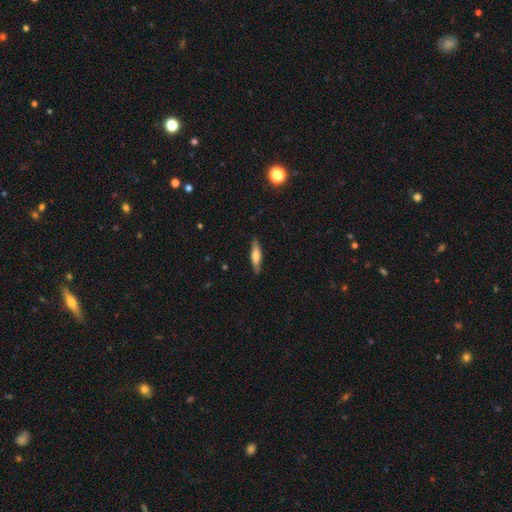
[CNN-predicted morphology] The model was most divided on "smooth or featured": smooth: 53%, featured or disk: 41%, star or artifact: 6%. More confident: merging — none (86%); how rounded — cigar-shaped (75%).